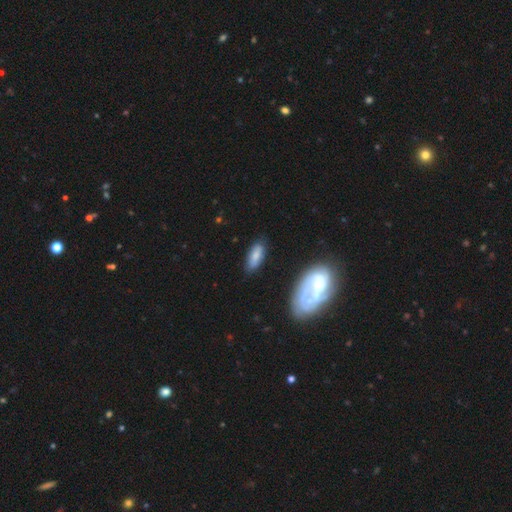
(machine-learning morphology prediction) The model was most divided on "smooth or featured": smooth: 73%, featured or disk: 19%, star or artifact: 8%. More confident: merging — none (78%); how rounded — in between (76%).